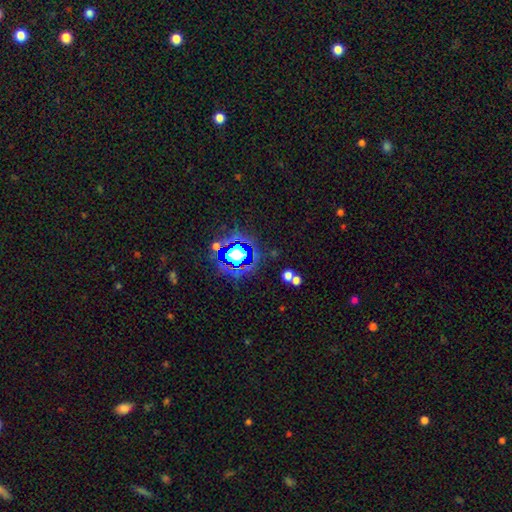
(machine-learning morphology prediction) smooth_or_featured: star or artifact (p=0.80) [alt: smooth p=0.12]